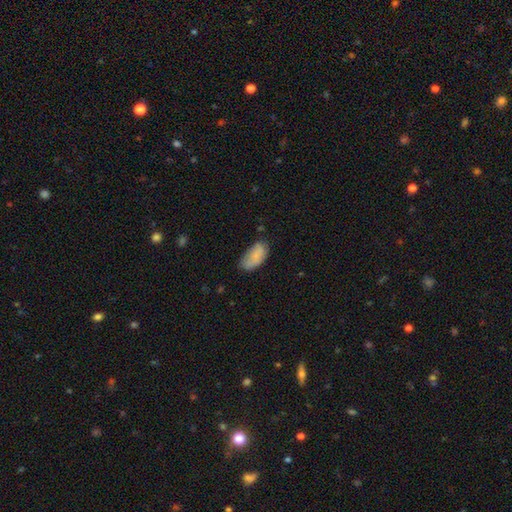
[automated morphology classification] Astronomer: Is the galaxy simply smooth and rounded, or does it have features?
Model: smooth — 81%.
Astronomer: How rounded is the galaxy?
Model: in between — 93%.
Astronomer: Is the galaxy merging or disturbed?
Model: none — 54% (runner-up: minor disturbance, 34%).